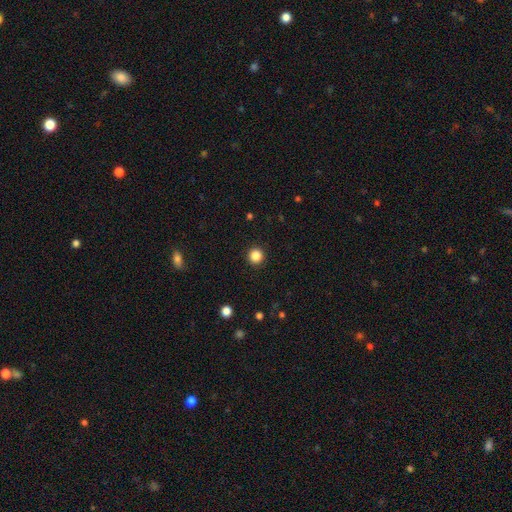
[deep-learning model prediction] This is clearly a smooth galaxy (86%). How rounded: clearly round (95%). Merging: clearly none (93%).